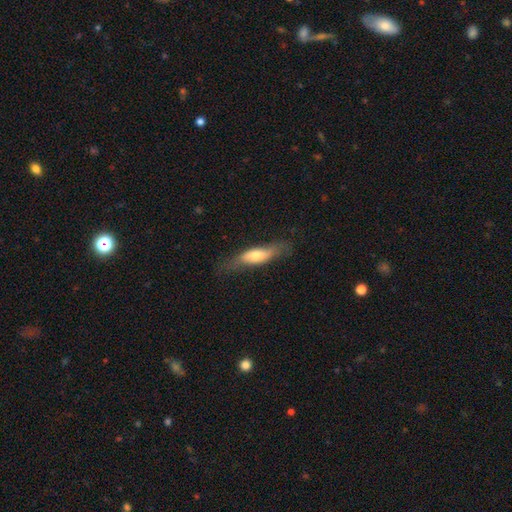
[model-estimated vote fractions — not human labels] Smooth or featured: smooth — 57% (featured or disk — 36%)
How rounded: cigar-shaped — 49% (in between — 48%)
Merging: none — 66% (minor disturbance — 23%)